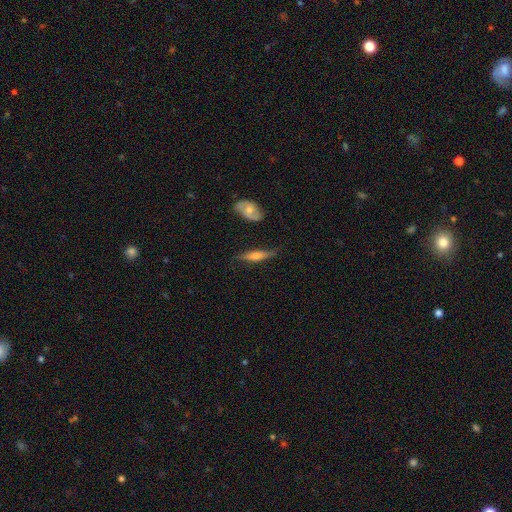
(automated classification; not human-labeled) Morphology: type=featured or disk (55%); edge-on=yes (91%); edge-on bulge=rounded (74%); merging=none (78%).